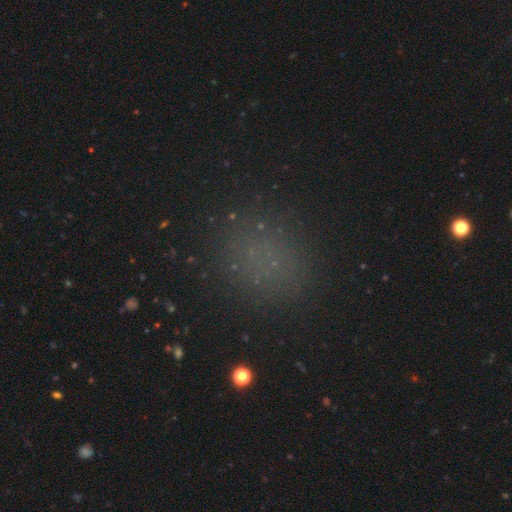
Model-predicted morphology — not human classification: A smooth galaxy with no disk features (67%) that is round (66%).

Vote fractions:
- Smooth or featured? smooth: 67% / star or artifact: 26% / featured or disk: 7%
- How rounded? round: 66% / in between: 32% / cigar-shaped: 2%
- Merging? none: 85% / minor disturbance: 10% / major disturbance: 4% / merger: 1%